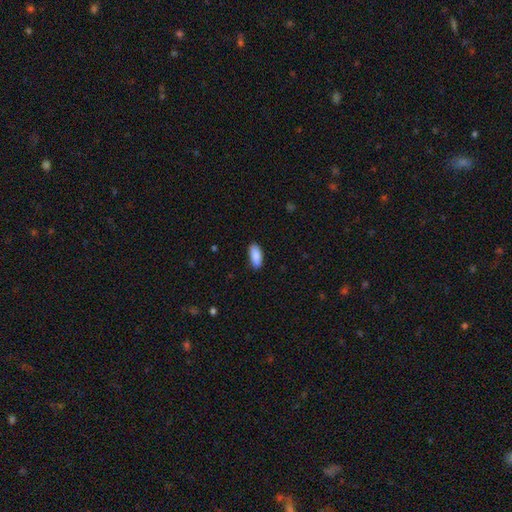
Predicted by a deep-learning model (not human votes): Smooth or featured? Predicted: smooth (p=0.90). How rounded? Predicted: in between (p=0.84). Merging? Predicted: none (p=0.85).